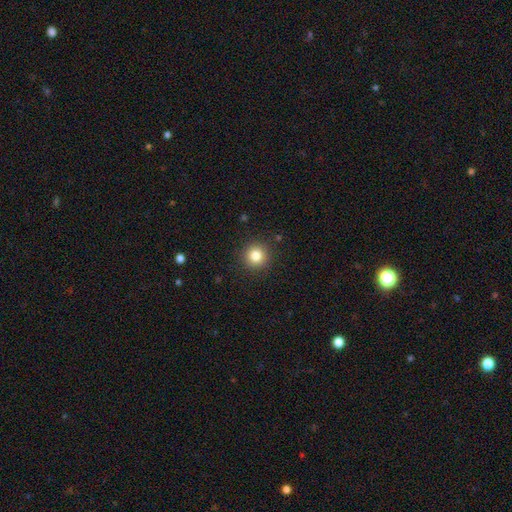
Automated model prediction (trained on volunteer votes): Smooth or featured? Predicted: smooth (p=0.82). How rounded? Predicted: round (p=0.94). Merging? Predicted: none (p=0.91).